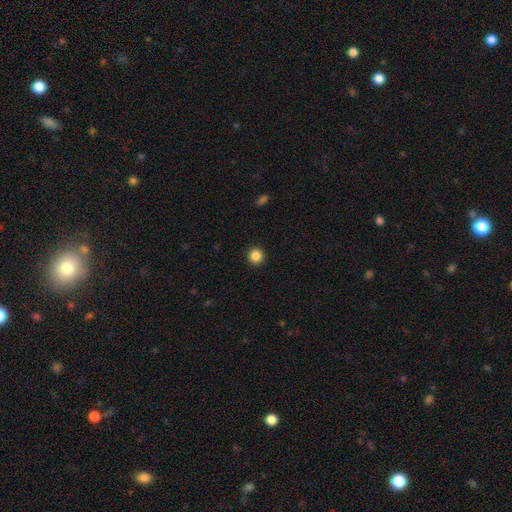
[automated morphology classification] A smooth galaxy with no disk features (86%) that is round (95%). Merging: none (93%).